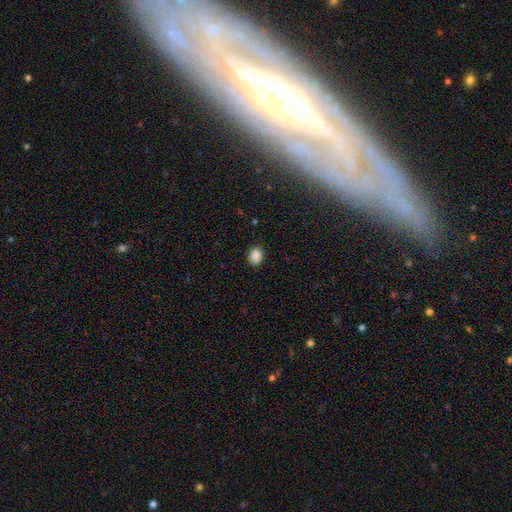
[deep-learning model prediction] A smooth galaxy with no disk features (89%) that is in between round and cigar-shaped (60%).

Vote fractions:
- Smooth or featured? smooth: 89% / star or artifact: 9% / featured or disk: 3%
- How rounded? in between: 60% / round: 39% / cigar-shaped: 1%
- Merging? none: 88% / minor disturbance: 9% / major disturbance: 2% / merger: 1%